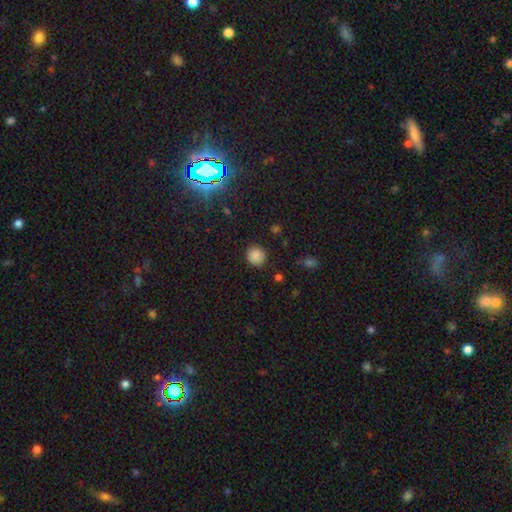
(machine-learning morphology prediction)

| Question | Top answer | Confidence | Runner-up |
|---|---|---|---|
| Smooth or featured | smooth | 85% | star or artifact (12%) |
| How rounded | round | 91% | in between (8%) |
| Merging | none | 89% | minor disturbance (7%) |